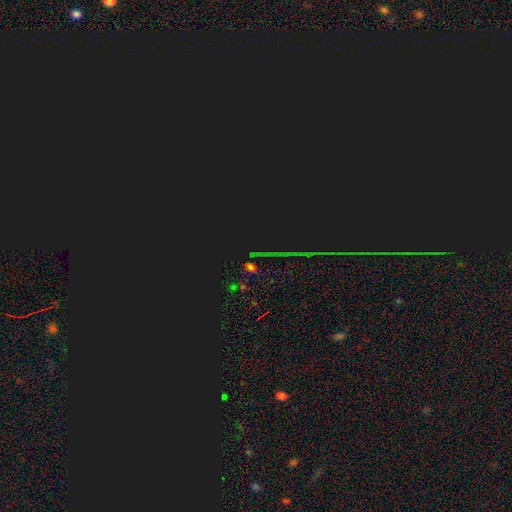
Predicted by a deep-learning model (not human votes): This appears to be a star or artifact, not a galaxy (82%).